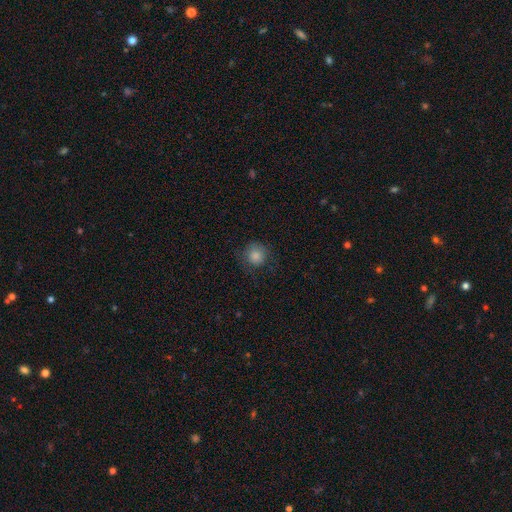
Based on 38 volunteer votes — A smooth galaxy with no disk features (87%) that is round (88%). Merging: none (80%).